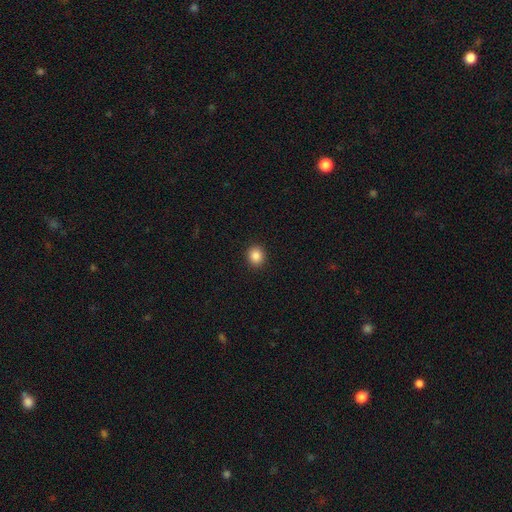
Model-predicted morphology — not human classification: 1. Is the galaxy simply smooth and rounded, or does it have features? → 86% smooth, 10% star or artifact, 4% featured or disk.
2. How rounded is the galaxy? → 82% round, 17% in between, 1% cigar-shaped.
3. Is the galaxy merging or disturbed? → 92% none, 5% minor disturbance, 2% major disturbance, 1% merger.